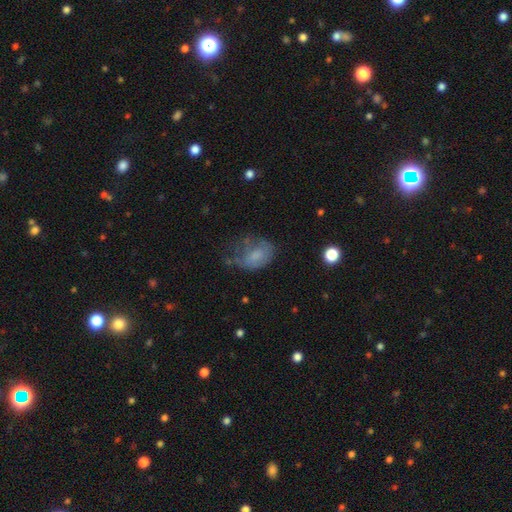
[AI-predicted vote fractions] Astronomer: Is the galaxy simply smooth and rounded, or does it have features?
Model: smooth — 60%.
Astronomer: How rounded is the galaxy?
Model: in between — 77%.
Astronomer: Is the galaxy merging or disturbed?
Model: major disturbance — 36% (runner-up: minor disturbance, 31%).